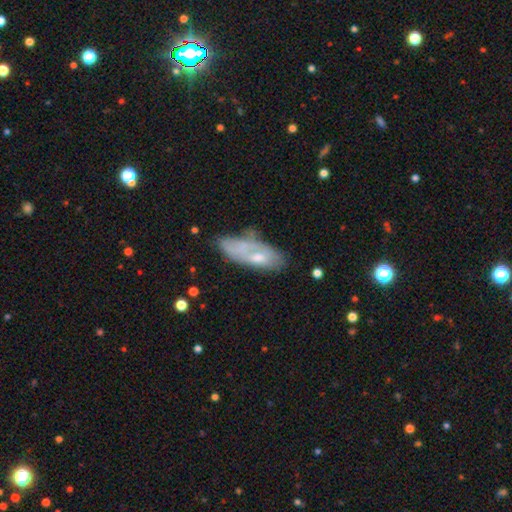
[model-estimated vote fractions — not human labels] Smooth or featured? smooth (49%)
Merging? none (42%)